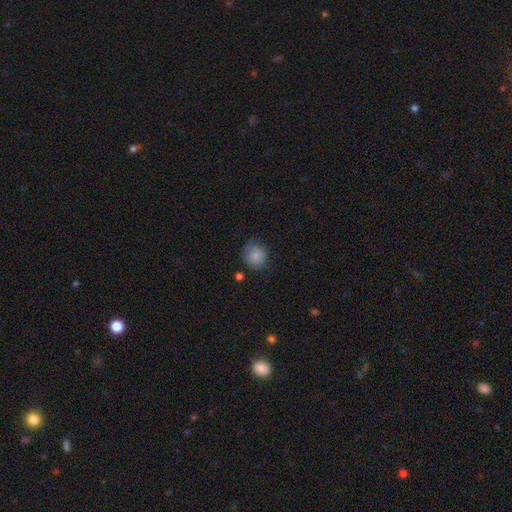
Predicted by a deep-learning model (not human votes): Smooth or featured? smooth (84%)
How rounded? round (85%)
Merging? none (75%)